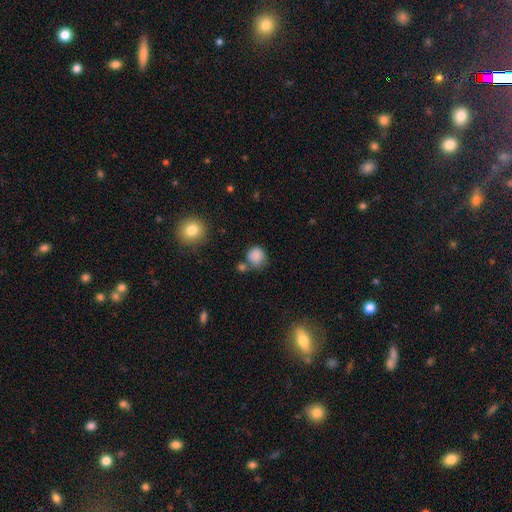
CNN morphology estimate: Smooth or featured? smooth (84%)
How rounded? round (79%)
Merging? none (55%)